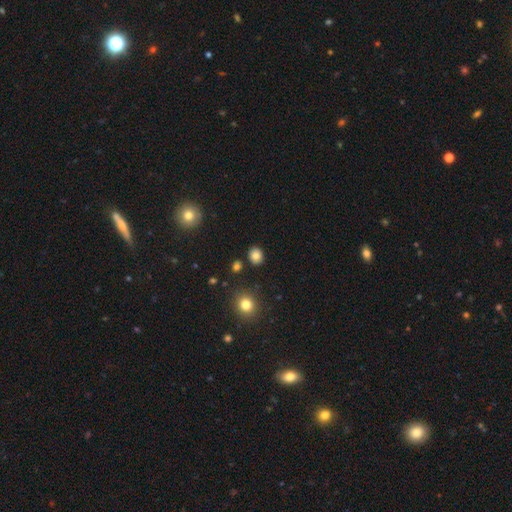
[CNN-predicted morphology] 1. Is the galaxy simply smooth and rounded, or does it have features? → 82% smooth, 12% star or artifact, 6% featured or disk.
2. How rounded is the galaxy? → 68% round, 31% in between, 1% cigar-shaped.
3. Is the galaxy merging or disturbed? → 88% none, 7% minor disturbance, 3% merger, 2% major disturbance.